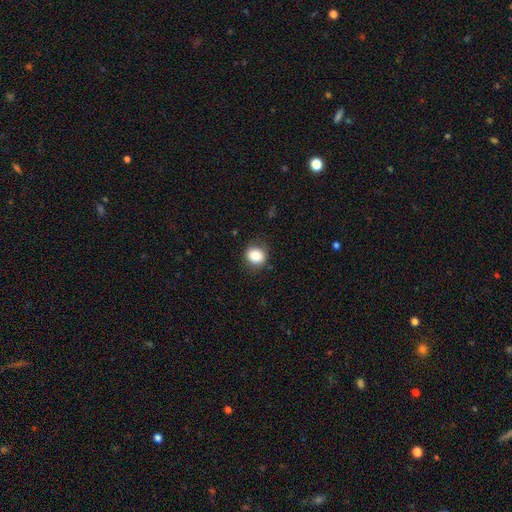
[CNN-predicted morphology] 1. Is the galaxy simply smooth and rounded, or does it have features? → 83% smooth, 10% star or artifact, 7% featured or disk.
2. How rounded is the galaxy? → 79% round, 20% in between, 1% cigar-shaped.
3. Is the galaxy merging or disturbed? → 84% none, 12% minor disturbance, 3% major disturbance, 1% merger.